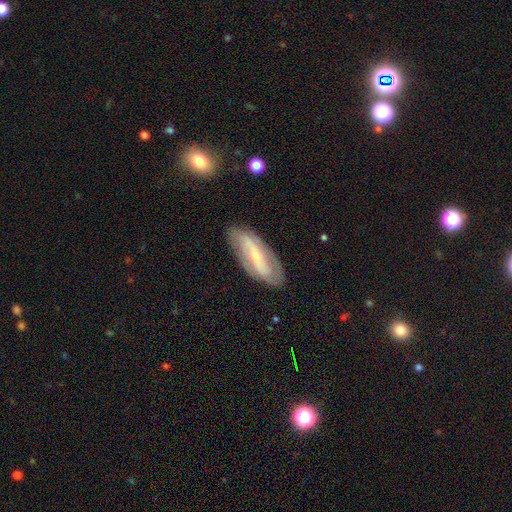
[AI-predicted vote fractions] The model was most divided on "bar": strong: 50%, weak: 30%, no: 19%. More confident: edge-on disk — no (85%); merging — none (80%); spiral arms — yes (73%); bulge size — small (72%); smooth or featured — featured or disk (67%).